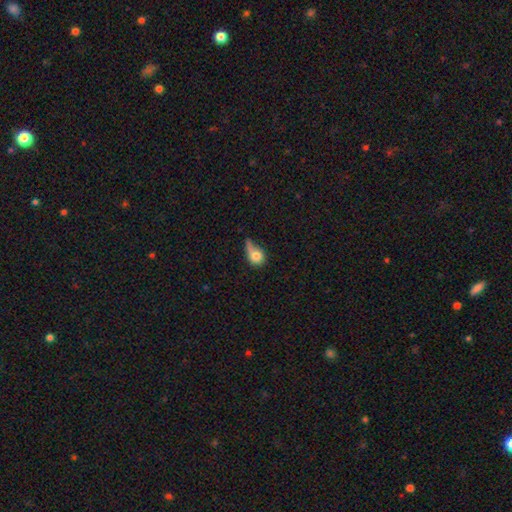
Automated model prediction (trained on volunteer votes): This is likely a smooth galaxy (73%). How rounded: possibly round (55%). Merging: marginally major disturbance (37%).